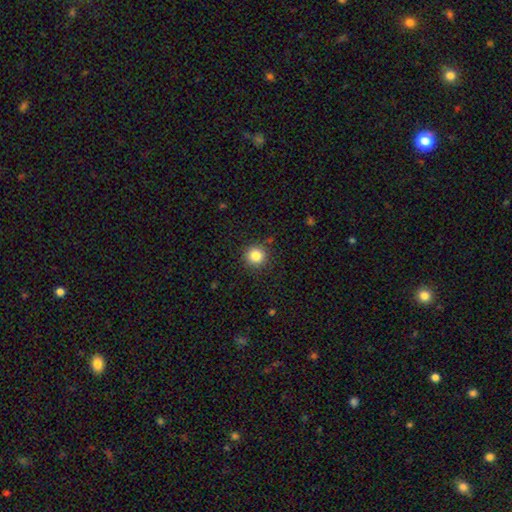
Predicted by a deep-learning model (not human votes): This appears to be a smooth galaxy with no disk features (84%) that is round (94%). Merging: none (89%).